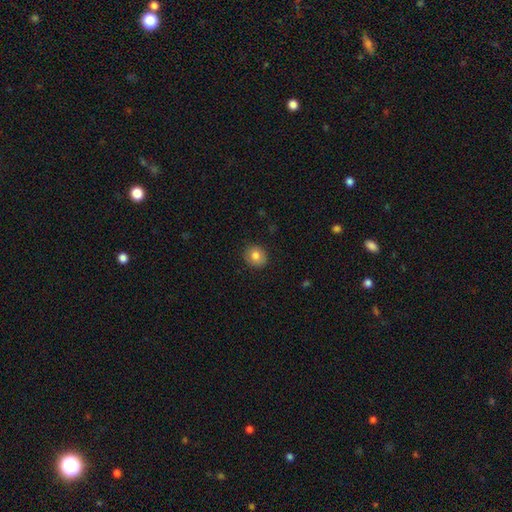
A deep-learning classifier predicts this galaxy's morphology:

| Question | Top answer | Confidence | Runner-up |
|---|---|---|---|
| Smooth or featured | smooth | 81% | featured or disk (10%) |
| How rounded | round | 81% | in between (18%) |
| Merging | none | 89% | minor disturbance (8%) |